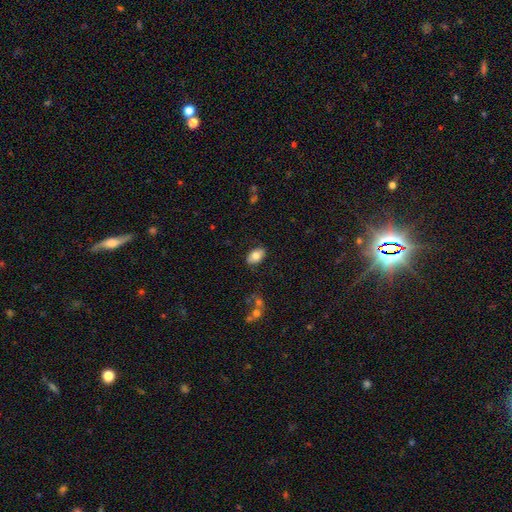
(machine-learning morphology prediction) Smooth or featured? Predicted: smooth (p=0.75). How rounded? Predicted: in between (p=0.91). Merging? Predicted: none (p=0.85).